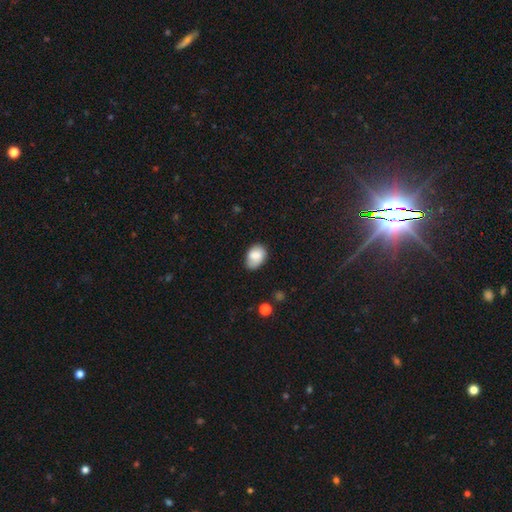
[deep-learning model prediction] The model was most divided on "merging": none: 60%, minor disturbance: 31%, major disturbance: 7%, merger: 3%. More confident: how rounded — in between (82%); smooth or featured — smooth (80%).